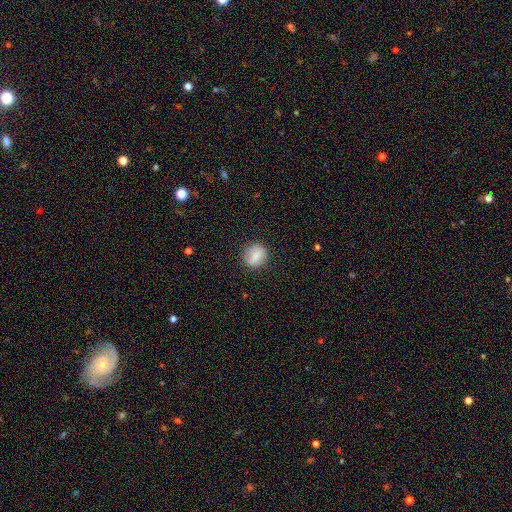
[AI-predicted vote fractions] A smooth galaxy with no disk features (79%) that is round (68%). Merging: none (86%).